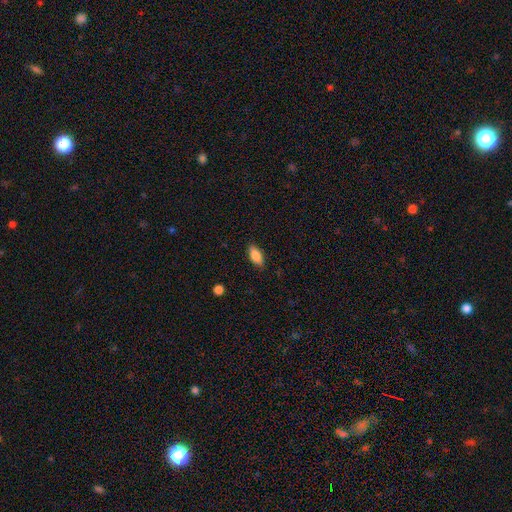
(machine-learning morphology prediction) A smooth galaxy with no disk features (84%) that is in between round and cigar-shaped (87%). Merging: none (87%).